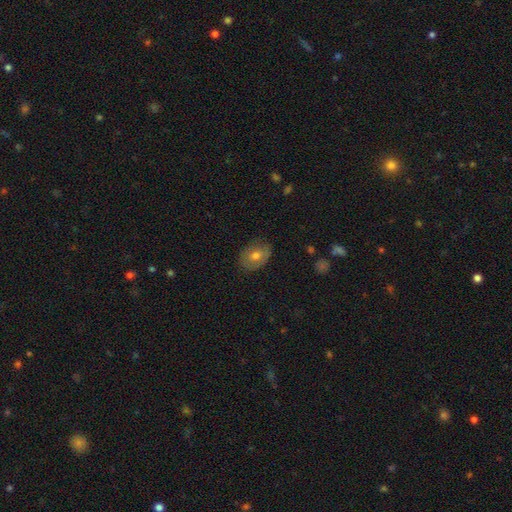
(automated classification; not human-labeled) smooth_or_featured: smooth (p=0.63) [alt: featured or disk p=0.29]
how_rounded: in between (p=0.73) [alt: round p=0.26]
merging: none (p=0.76) [alt: minor disturbance p=0.18]